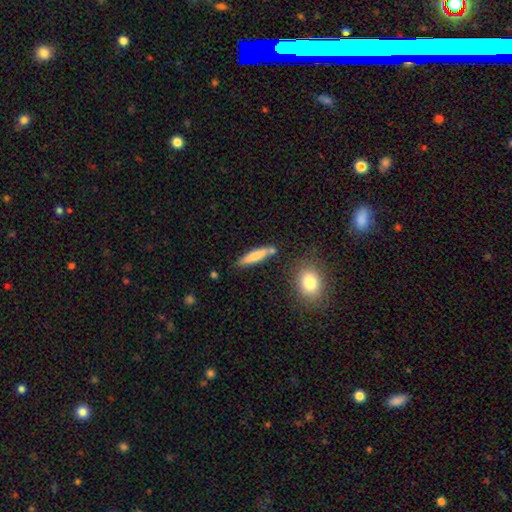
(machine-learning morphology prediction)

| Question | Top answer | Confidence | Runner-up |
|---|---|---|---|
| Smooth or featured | smooth | 76% | featured or disk (18%) |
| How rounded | cigar-shaped | 82% | in between (16%) |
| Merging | none | 76% | minor disturbance (13%) |